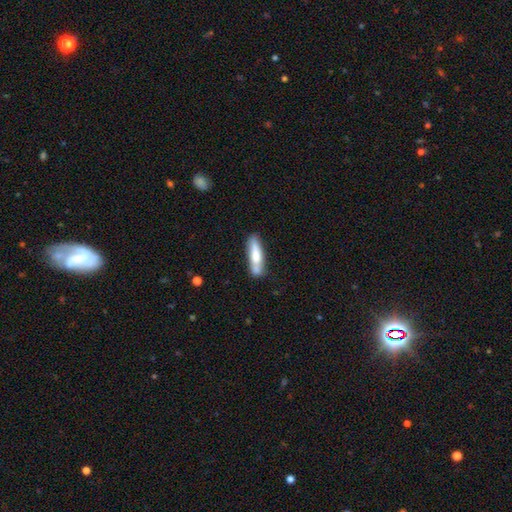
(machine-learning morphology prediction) smooth-or-featured: smooth: 69% | featured or disk: 26% | star or artifact: 6%
  how-rounded: cigar-shaped: 77% | in between: 21% | round: 2%
  merging: none: 64% | minor disturbance: 19% | merger: 13% | major disturbance: 5%